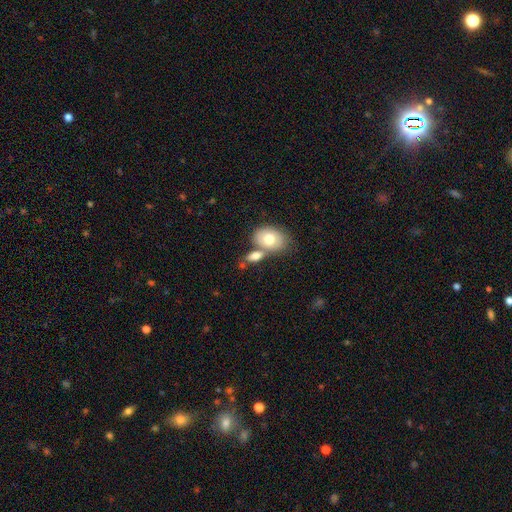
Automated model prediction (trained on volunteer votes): Smooth or featured: smooth — 73% (featured or disk — 20%)
How rounded: in between — 83% (round — 13%)
Merging: none — 45% (merger — 39%)